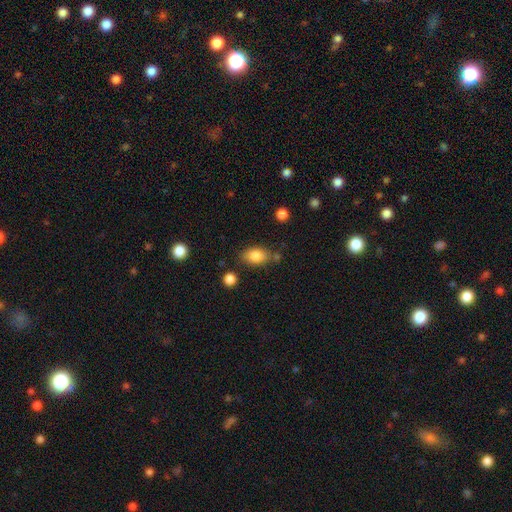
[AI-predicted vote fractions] smooth-or-featured: smooth: 83% | featured or disk: 8% | star or artifact: 8%
  how-rounded: in between: 85% | round: 13% | cigar-shaped: 2%
  merging: none: 72% | minor disturbance: 16% | merger: 7% | major disturbance: 4%